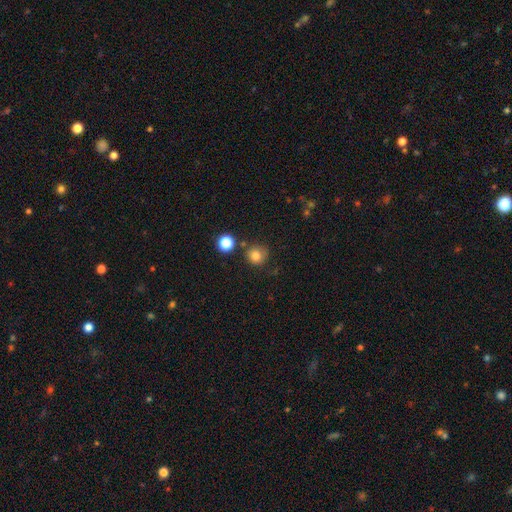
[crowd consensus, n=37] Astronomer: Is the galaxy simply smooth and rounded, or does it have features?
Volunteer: smooth — 92%.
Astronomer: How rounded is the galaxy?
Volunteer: round — 88%.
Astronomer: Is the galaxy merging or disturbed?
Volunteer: none — 72%.